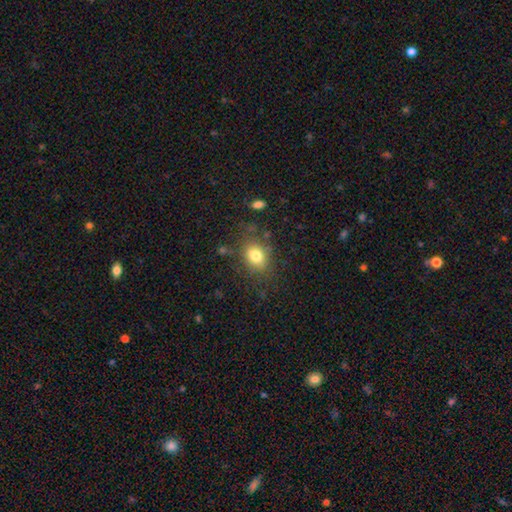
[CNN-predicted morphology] A smooth galaxy with no disk features (79%) that is in between round and cigar-shaped (55%). Merging: none (74%).